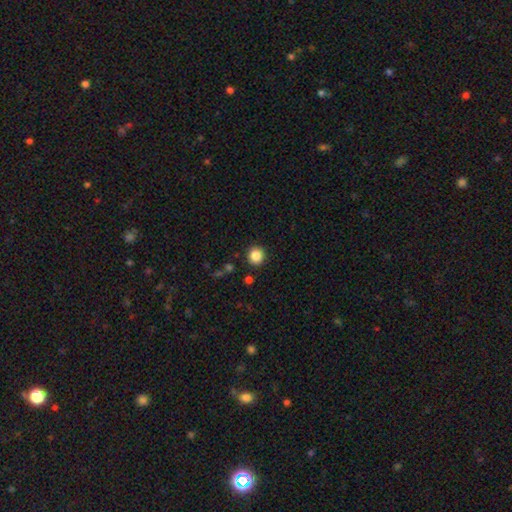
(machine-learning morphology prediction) Q: Smooth or featured?
A: smooth (86%); runner-up: star or artifact (10%)
Q: How rounded?
A: round (92%); runner-up: in between (7%)
Q: Merging?
A: none (90%); runner-up: minor disturbance (6%)